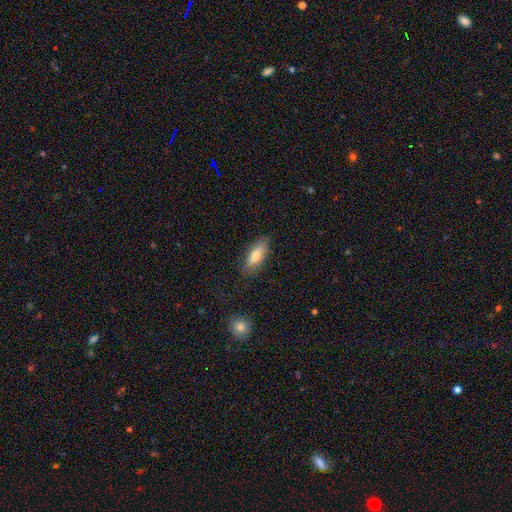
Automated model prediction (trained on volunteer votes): smooth-or-featured: smooth: 77% | featured or disk: 16% | star or artifact: 7%
  how-rounded: in between: 75% | cigar-shaped: 23% | round: 2%
  merging: none: 81% | minor disturbance: 14% | major disturbance: 3% | merger: 1%